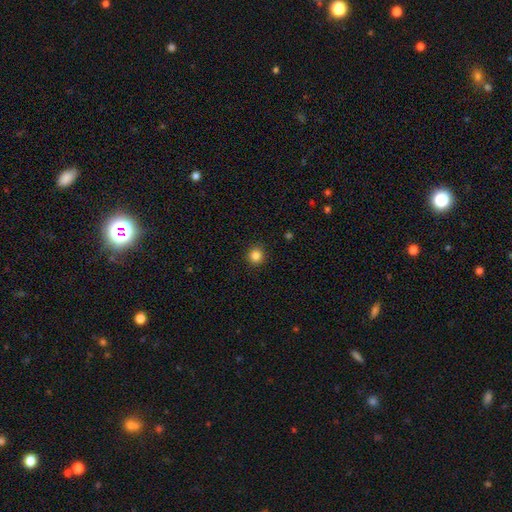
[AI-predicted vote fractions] smooth_or_featured: smooth (p=0.84) [alt: star or artifact p=0.12]
how_rounded: round (p=0.93) [alt: in between p=0.06]
merging: none (p=0.92) [alt: minor disturbance p=0.06]